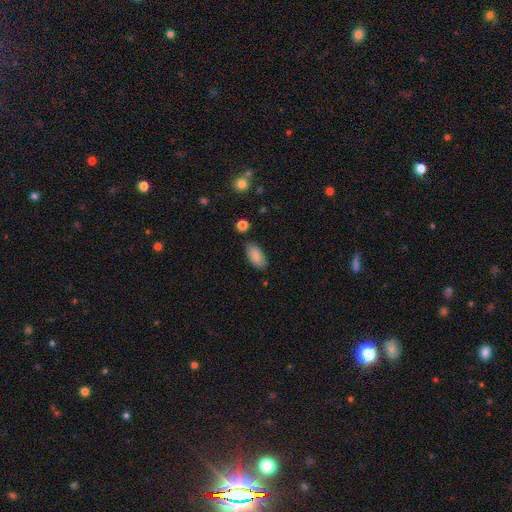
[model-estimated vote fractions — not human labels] This appears to be a smooth galaxy with no disk features (88%) that is in between round and cigar-shaped (92%). Merging: none (83%).